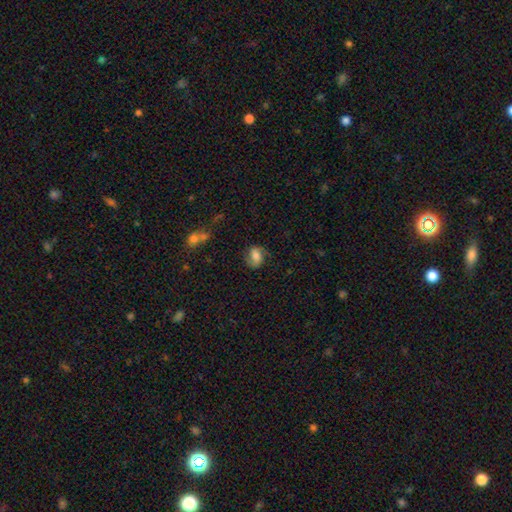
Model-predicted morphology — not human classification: Q: Smooth or featured?
A: smooth (54%); runner-up: featured or disk (36%)
Q: How rounded?
A: in between (59%); runner-up: round (39%)
Q: Merging?
A: none (69%); runner-up: minor disturbance (20%)